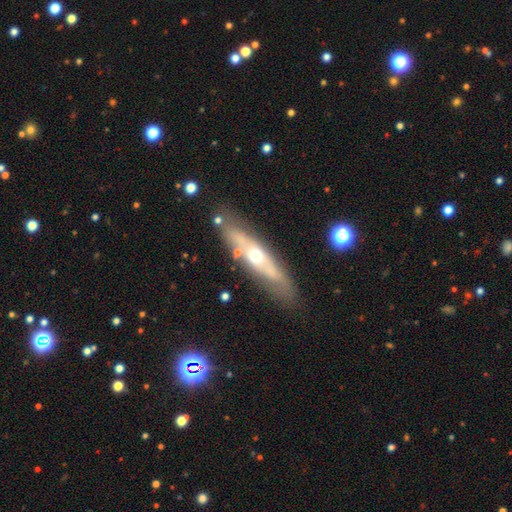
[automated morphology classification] This is possibly a featured or disk galaxy (59%). It is possibly viewed edge-on (52%). Merging: likely none (77%).